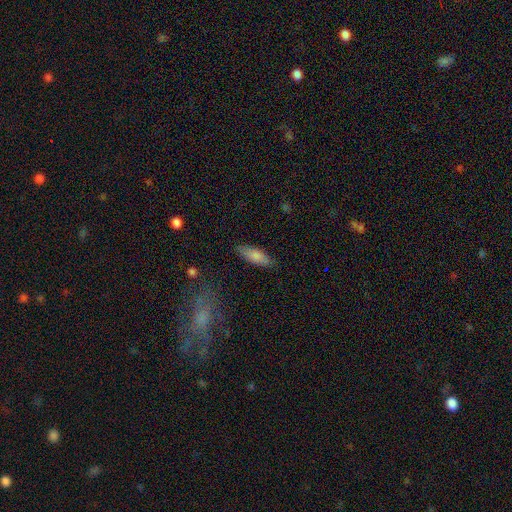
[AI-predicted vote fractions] A smooth galaxy with no disk features (81%) that is in between round and cigar-shaped (62%).

Vote fractions:
- Smooth or featured? smooth: 81% / featured or disk: 13% / star or artifact: 6%
- How rounded? in between: 62% / cigar-shaped: 36% / round: 2%
- Merging? none: 84% / minor disturbance: 12% / major disturbance: 3% / merger: 1%